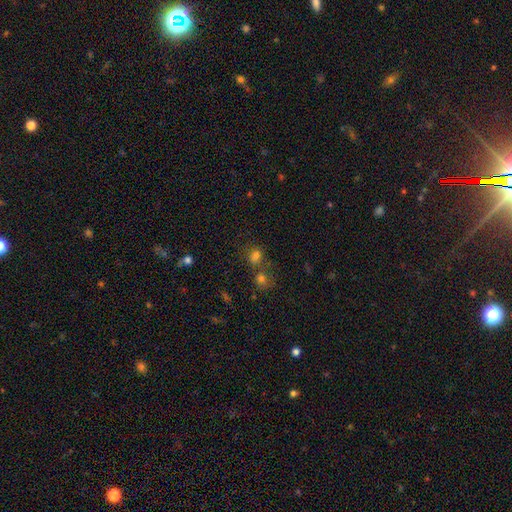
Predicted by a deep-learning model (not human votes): smooth 71%, star or artifact 21%, featured or disk 9%. Down the decision tree: how rounded — round (66%); merging — none (51%).